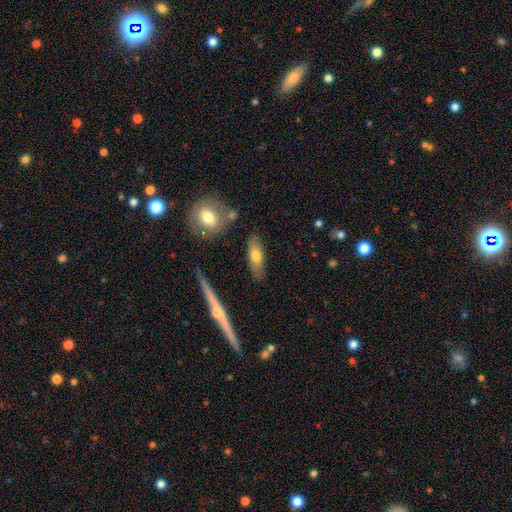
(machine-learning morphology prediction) Overall: smooth (68%). How rounded: in between (60%; cigar-shaped 37%). Merging: none (79%).